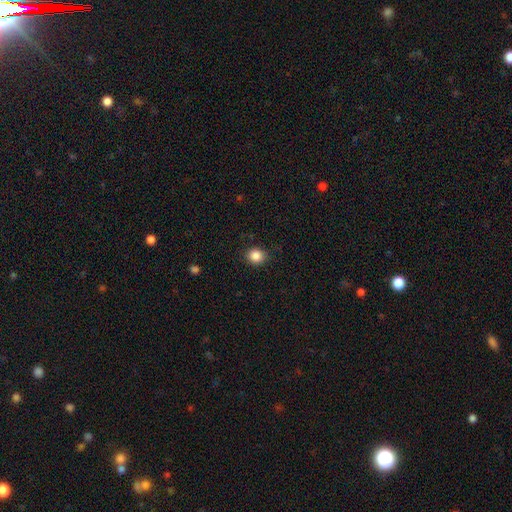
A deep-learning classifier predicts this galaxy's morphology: This appears to be a smooth galaxy with no disk features (86%) that is round (75%). Merging: none (87%).